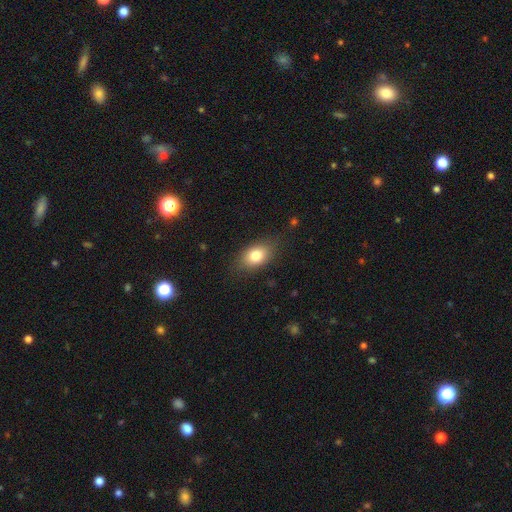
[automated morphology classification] smooth 80%, featured or disk 12%, star or artifact 9%. Down the decision tree: how rounded — in between (82%); merging — none (80%).